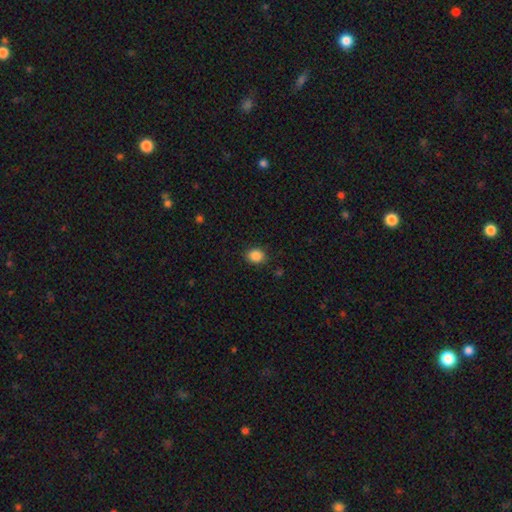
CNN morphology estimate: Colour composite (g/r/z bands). It shows a smooth galaxy with no disk features (87%) that is round (59%). Merging: none (88%).